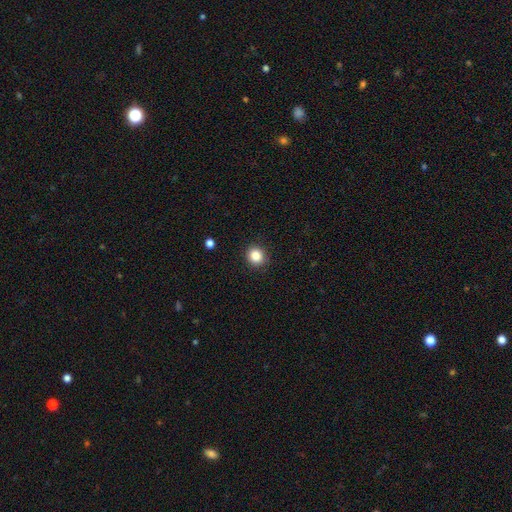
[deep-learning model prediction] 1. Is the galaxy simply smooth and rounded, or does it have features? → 85% smooth, 11% star or artifact, 4% featured or disk.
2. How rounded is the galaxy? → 87% round, 12% in between, 1% cigar-shaped.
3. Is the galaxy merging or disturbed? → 91% none, 6% minor disturbance, 2% major disturbance, 1% merger.